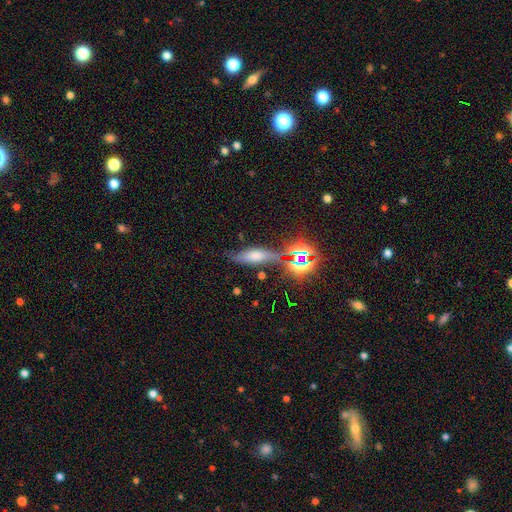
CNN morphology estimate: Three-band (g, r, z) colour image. It shows a smooth galaxy with no disk features (41%). Merging: none (69%).